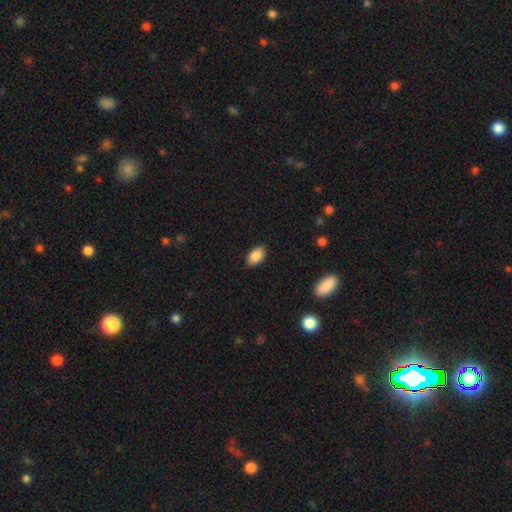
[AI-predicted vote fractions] Morphology: type=smooth (87%); roundness=in between (91%); merging=none (86%).